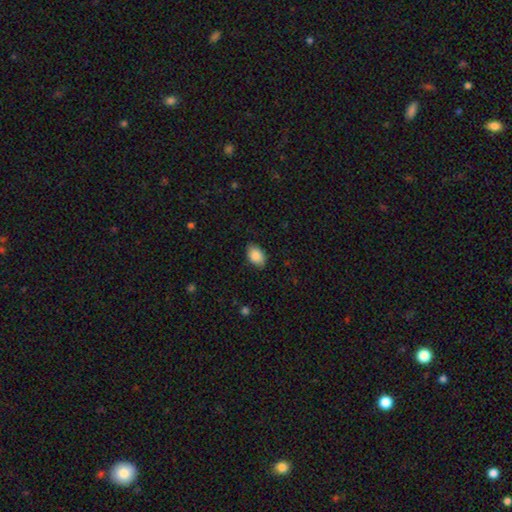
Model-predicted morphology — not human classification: Smooth or featured: smooth — 88% (star or artifact — 7%)
How rounded: in between — 89% (round — 10%)
Merging: none — 82% (minor disturbance — 15%)